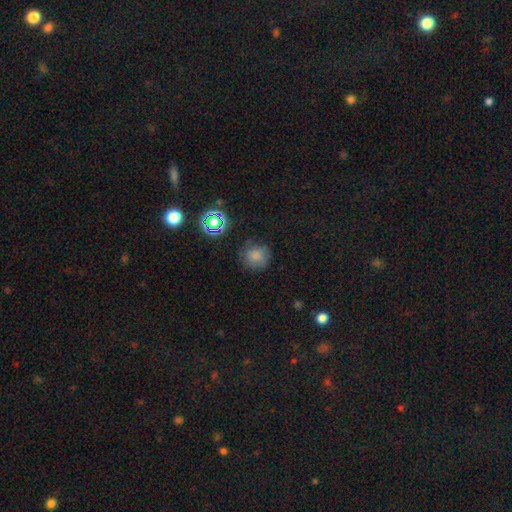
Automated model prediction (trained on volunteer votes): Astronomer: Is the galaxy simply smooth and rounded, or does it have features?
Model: smooth — 77%.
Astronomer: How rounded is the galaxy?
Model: round — 90%.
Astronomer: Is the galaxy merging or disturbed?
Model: none — 77%.